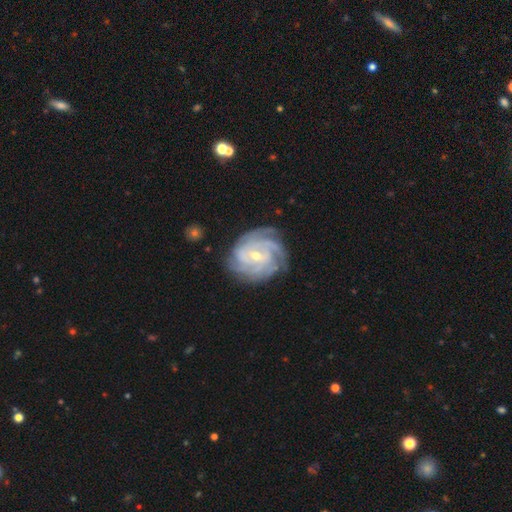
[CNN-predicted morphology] Smooth or featured?
  - featured or disk: 90% *
  - smooth: 5%
  - star or artifact: 5%
Edge-on disk?
  - no: 98% *
  - yes: 2%
Bar?
  - weak: 49% *
  - no: 36%
  - strong: 15%
Spiral arms?
  - yes: 98% *
  - no: 2%
Spiral winding?
  - tight: 74% *
  - medium: 23%
  - loose: 4%
Spiral arm count?
  - 4: 33% *
  - 3: 21%
  - can't tell: 20%
  - more than 4: 10%
  - 2: 10%
  - 1: 7%
Bulge size?
  - small: 53% *
  - moderate: 44%
  - large: 1%
  - none: 1%
  - dominant: 1%
Merging?
  - none: 78% *
  - minor disturbance: 16%
  - major disturbance: 5%
  - merger: 1%